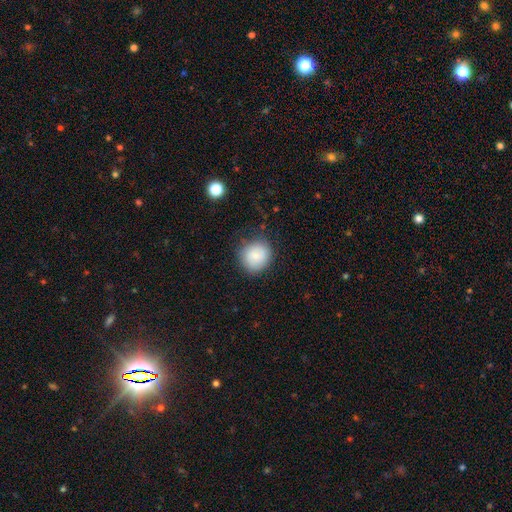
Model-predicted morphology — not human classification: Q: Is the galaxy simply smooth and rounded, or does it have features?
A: smooth — 84%.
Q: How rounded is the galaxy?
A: round — 86%.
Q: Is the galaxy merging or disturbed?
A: none — 79%.